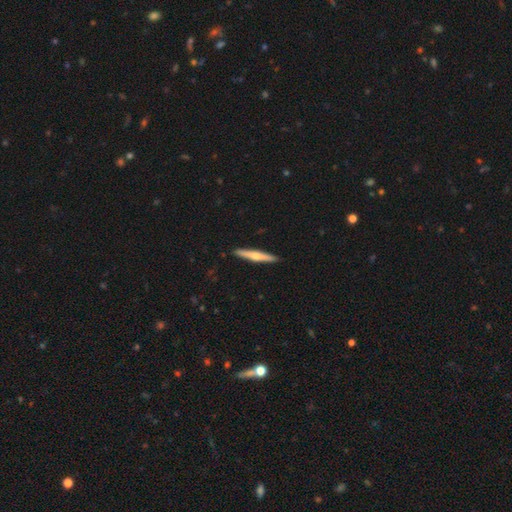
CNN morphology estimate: Smooth or featured? featured or disk (52%)
Edge-on disk? yes (97%)
Edge-on bulge? rounded (85%)
Merging? none (92%)